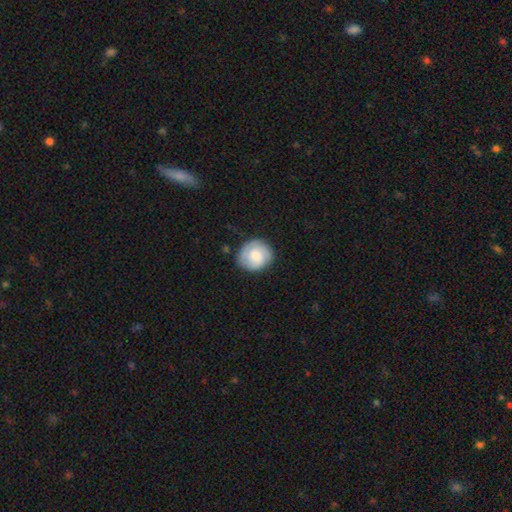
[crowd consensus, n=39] A smooth galaxy with no disk features (72%) that is round (89%). Merging: none (70%).